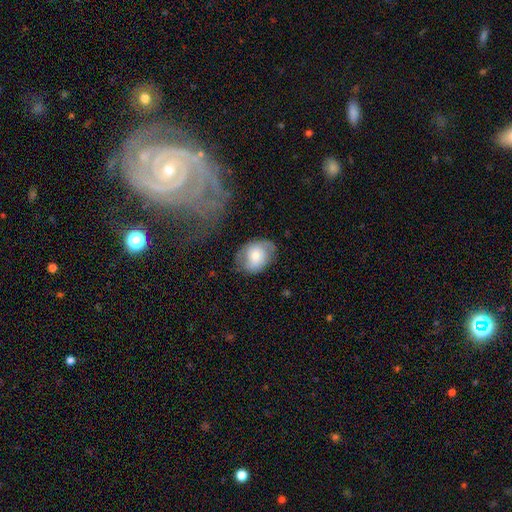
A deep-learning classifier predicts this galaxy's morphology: A smooth galaxy with no disk features (57%) that is in between round and cigar-shaped (64%).

Vote fractions:
- Smooth or featured? smooth: 57% / featured or disk: 36% / star or artifact: 8%
- How rounded? in between: 64% / round: 35% / cigar-shaped: 1%
- Merging? none: 64% / minor disturbance: 24% / major disturbance: 9% / merger: 2%